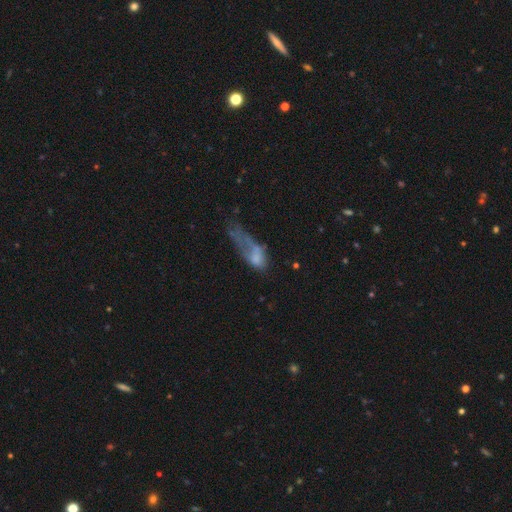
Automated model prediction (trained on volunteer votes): smooth_or_featured: smooth (p=0.54) [alt: featured or disk p=0.35]
how_rounded: in between (p=0.72) [alt: cigar-shaped p=0.22]
merging: major disturbance (p=0.54) [alt: minor disturbance p=0.19]